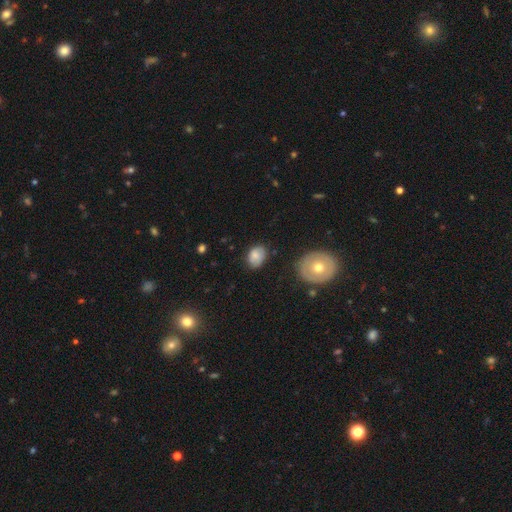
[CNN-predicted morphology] Smooth or featured? Predicted: smooth (p=0.78). How rounded? Predicted: in between (p=0.72). Merging? Predicted: none (p=0.71).